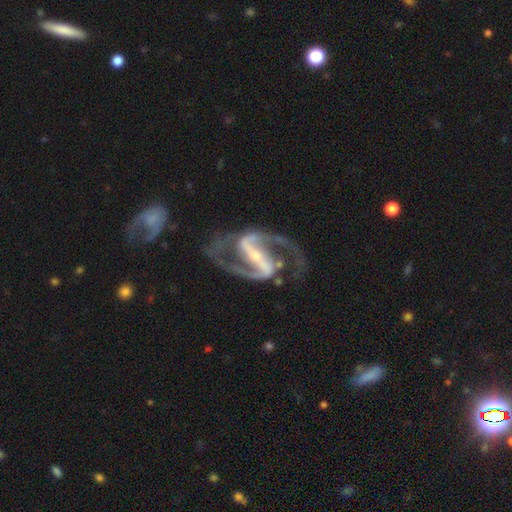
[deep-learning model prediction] Morphology: type=featured or disk (94%); edge-on=no (97%); bar=strong (77%); spiral arms=yes (98%); winding=medium (61%); arm count=2 (94%); bulge=small (73%); merging=none (73%).